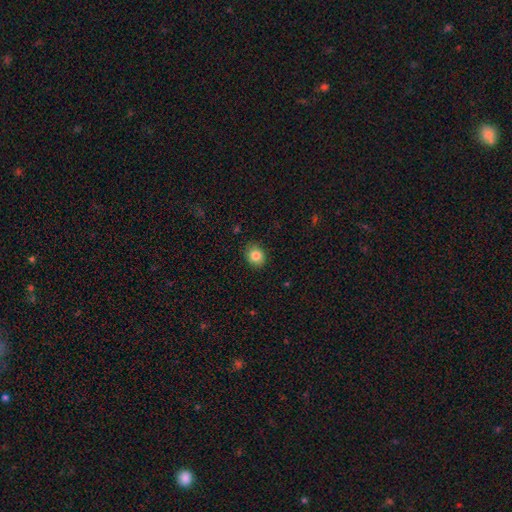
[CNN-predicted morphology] Smooth or featured?
  - smooth: 84% *
  - star or artifact: 10%
  - featured or disk: 6%
How rounded?
  - round: 63% *
  - in between: 36%
  - cigar-shaped: 1%
Merging?
  - none: 87% *
  - minor disturbance: 10%
  - major disturbance: 2%
  - merger: 1%